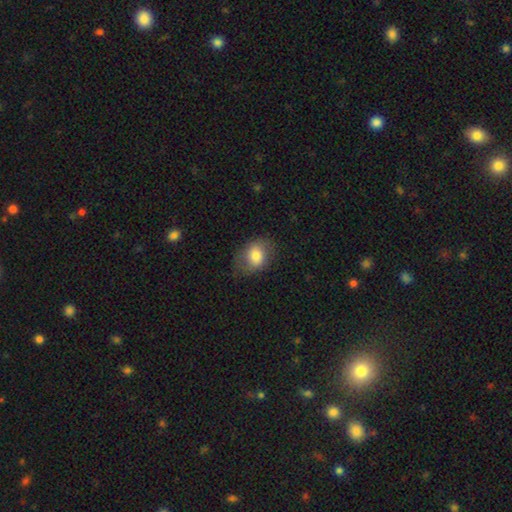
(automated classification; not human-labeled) smooth 78%, featured or disk 15%, star or artifact 8%. Down the decision tree: how rounded — in between (65%); merging — none (68%).